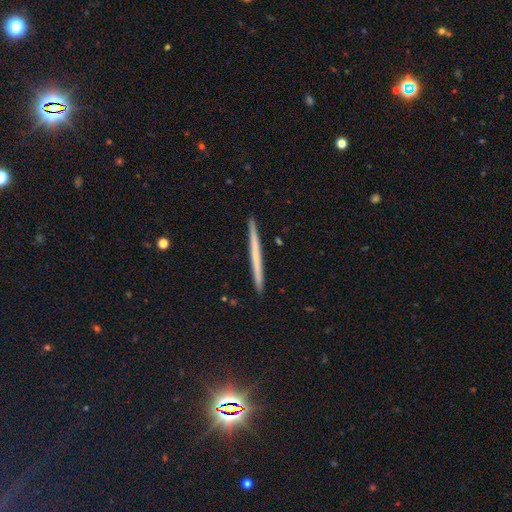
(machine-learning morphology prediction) This is possibly a smooth galaxy (49%). Merging: clearly none (93%).